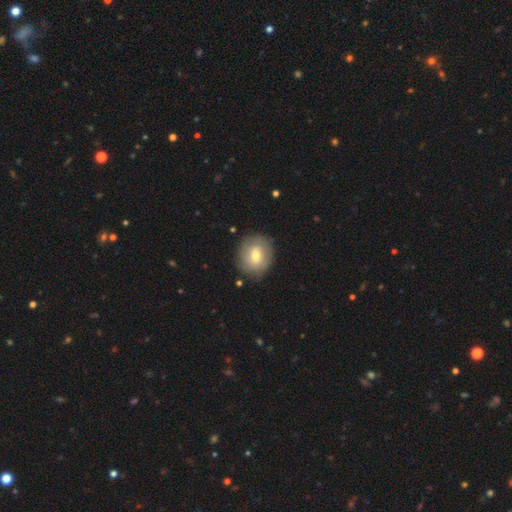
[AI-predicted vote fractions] This appears to be a smooth galaxy with no disk features (61%) that is round (75%). Merging: none (80%).